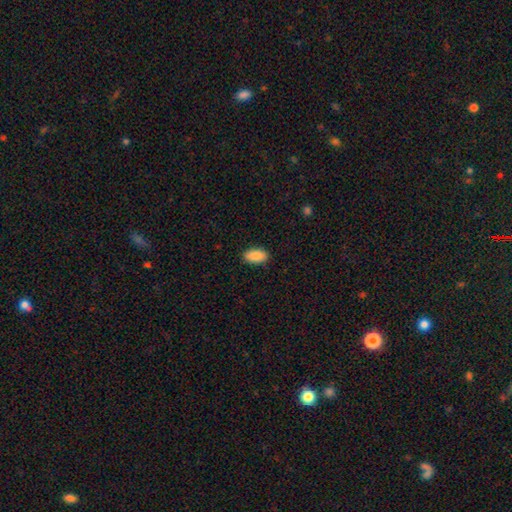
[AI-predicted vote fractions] A smooth galaxy with no disk features (90%) that is in between round and cigar-shaped (93%).

Vote fractions:
- Smooth or featured? smooth: 90% / star or artifact: 6% / featured or disk: 4%
- How rounded? in between: 93% / cigar-shaped: 3% / round: 3%
- Merging? none: 89% / minor disturbance: 8% / major disturbance: 2% / merger: 1%